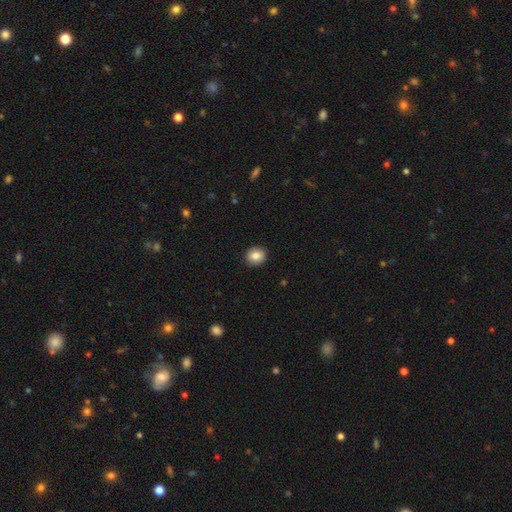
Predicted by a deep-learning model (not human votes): Morphology: type=smooth (85%); roundness=round (81%); merging=none (91%).